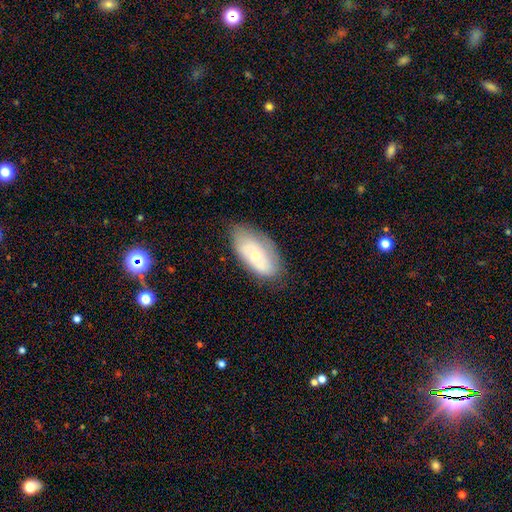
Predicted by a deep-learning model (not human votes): Smooth or featured? Predicted: smooth (p=0.48). Merging? Predicted: none (p=0.72).